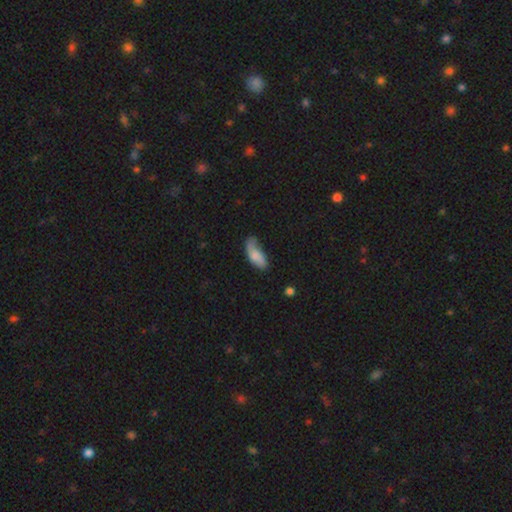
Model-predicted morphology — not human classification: Smooth or featured: smooth — 70% (featured or disk — 23%)
How rounded: in between — 82% (cigar-shaped — 15%)
Merging: none — 39% (tied with minor disturbance — 39%)